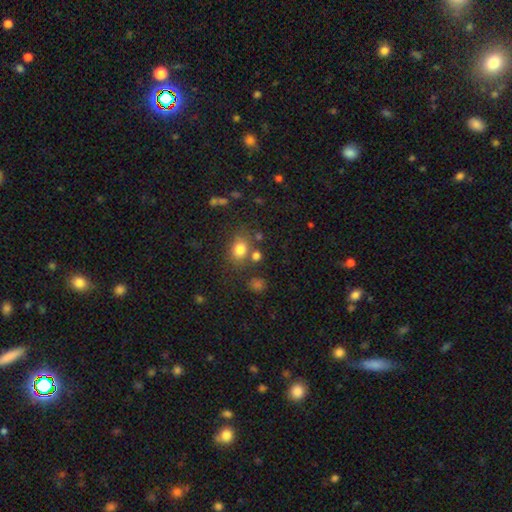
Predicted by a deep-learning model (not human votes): A smooth galaxy with no disk features (77%) that is round (56%).

Vote fractions:
- Smooth or featured? smooth: 77% / star or artifact: 15% / featured or disk: 8%
- How rounded? round: 56% / in between: 43% / cigar-shaped: 1%
- Merging? none: 68% / merger: 14% / minor disturbance: 13% / major disturbance: 5%